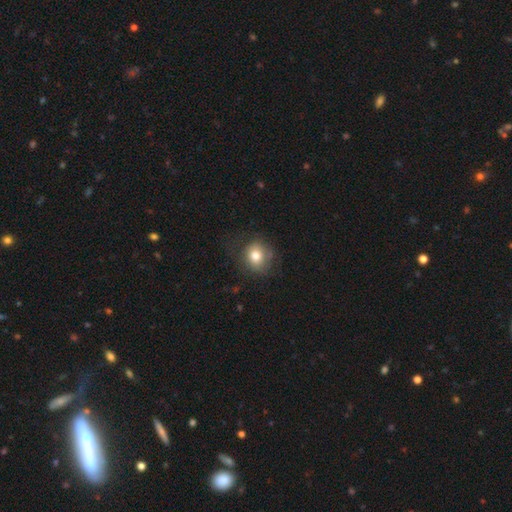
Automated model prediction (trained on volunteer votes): This appears to be a smooth galaxy with no disk features (77%) that is round (77%). Merging: none (67%).